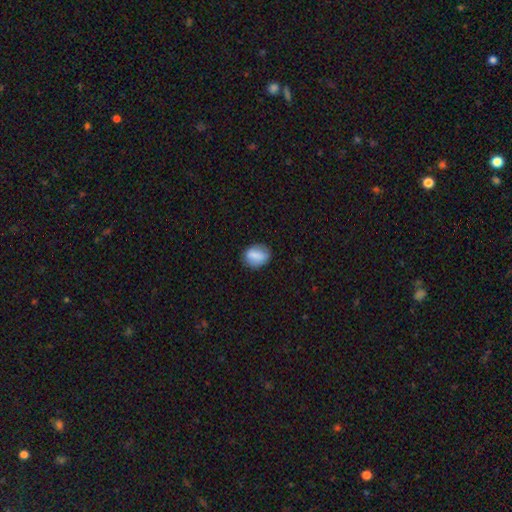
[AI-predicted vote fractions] smooth 79%, featured or disk 13%, star or artifact 8%. Down the decision tree: how rounded — in between (63%); merging — none (81%).